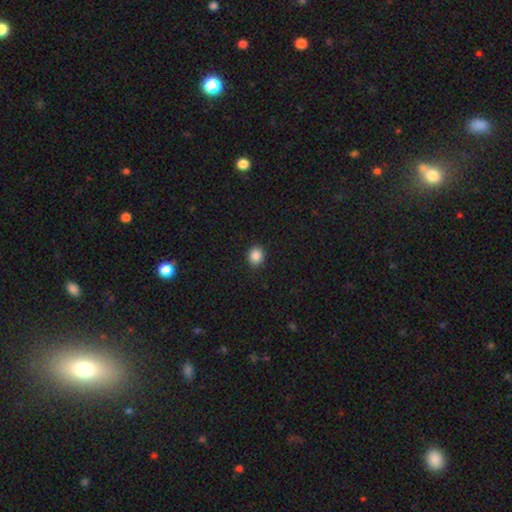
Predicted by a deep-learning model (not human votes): Overall: smooth (87%). How rounded: round (74%). Merging: none (91%).